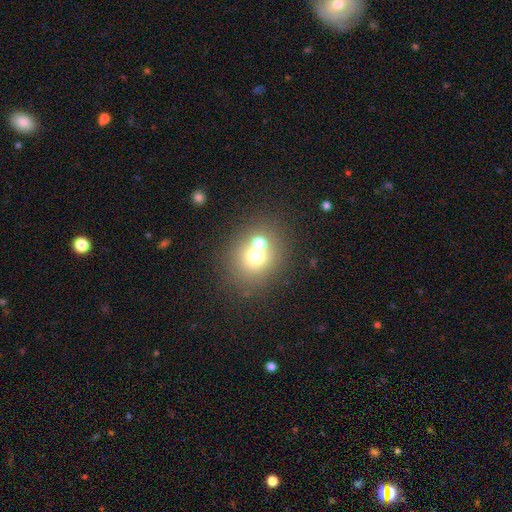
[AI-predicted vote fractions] A smooth galaxy with no disk features (66%) that is round (75%).

Vote fractions:
- Smooth or featured? smooth: 66% / featured or disk: 19% / star or artifact: 16%
- How rounded? round: 75% / in between: 24% / cigar-shaped: 1%
- Merging? merger: 46% / none: 44% / minor disturbance: 7% / major disturbance: 3%